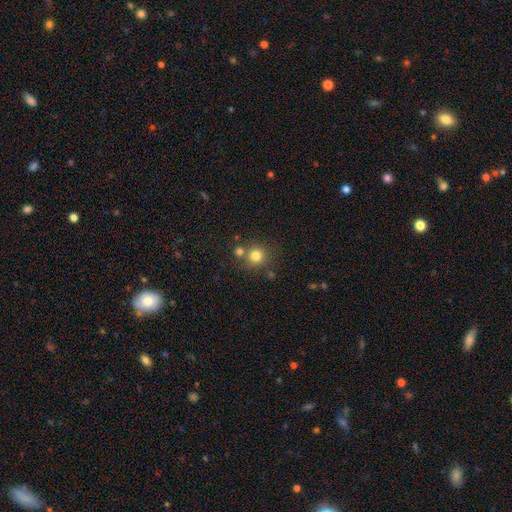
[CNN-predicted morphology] Smooth or featured?
  - smooth: 79% *
  - star or artifact: 13%
  - featured or disk: 8%
How rounded?
  - round: 90% *
  - in between: 9%
  - cigar-shaped: 1%
Merging?
  - none: 68% *
  - merger: 19%
  - minor disturbance: 9%
  - major disturbance: 4%